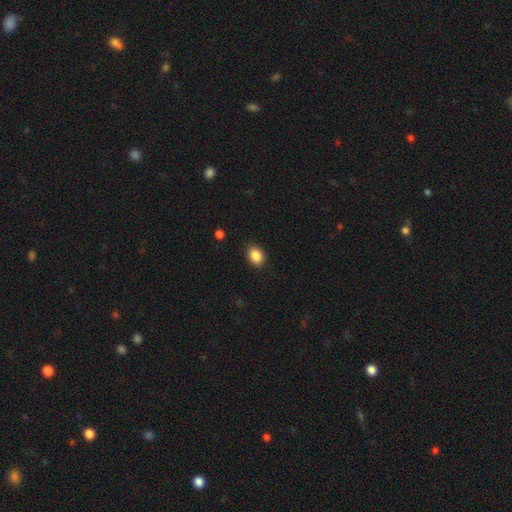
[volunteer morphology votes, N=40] smooth_or_featured: smooth (p=0.85) [alt: star or artifact p=0.10]
how_rounded: in between (p=0.68) [alt: round p=0.32]
merging: none (p=0.89) [alt: minor disturbance p=0.08]